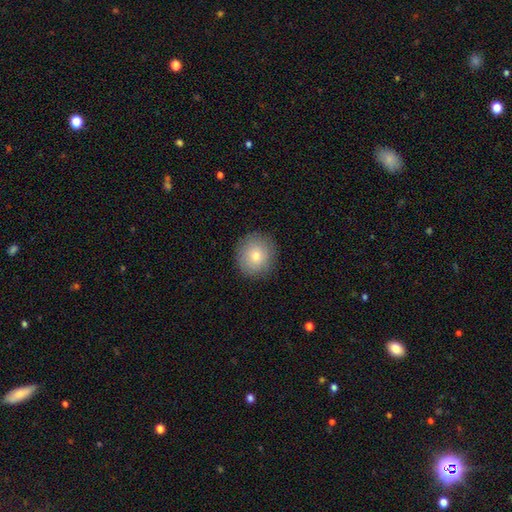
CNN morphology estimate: This appears to be a smooth galaxy with no disk features (75%) that is round (91%). Merging: none (89%).